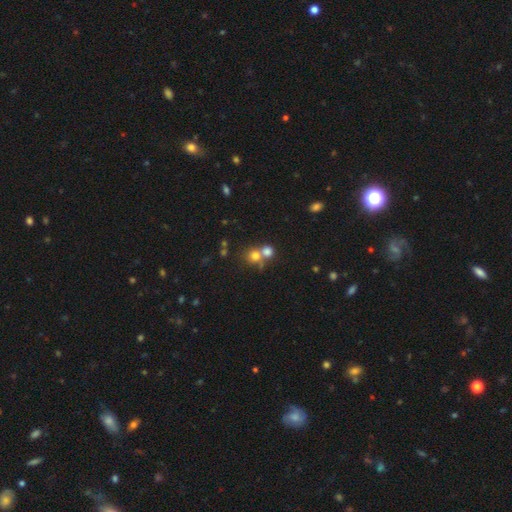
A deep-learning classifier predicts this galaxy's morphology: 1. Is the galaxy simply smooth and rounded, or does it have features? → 74% smooth, 15% star or artifact, 11% featured or disk.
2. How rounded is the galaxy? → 85% round, 14% in between, 1% cigar-shaped.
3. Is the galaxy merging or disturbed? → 48% merger, 42% none, 6% minor disturbance, 3% major disturbance.